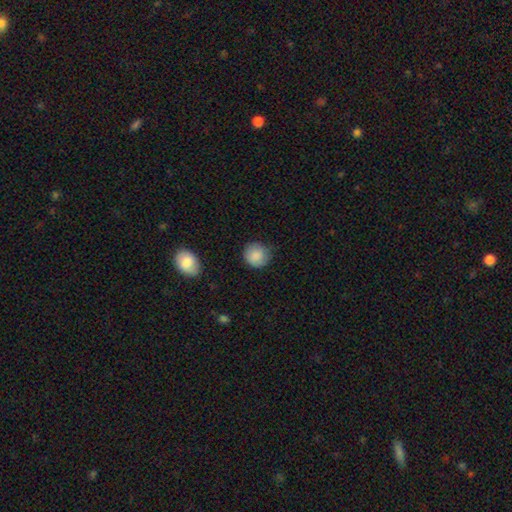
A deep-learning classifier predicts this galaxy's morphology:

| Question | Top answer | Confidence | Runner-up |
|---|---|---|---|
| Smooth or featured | smooth | 87% | star or artifact (8%) |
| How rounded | round | 91% | in between (8%) |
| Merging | none | 80% | minor disturbance (15%) |